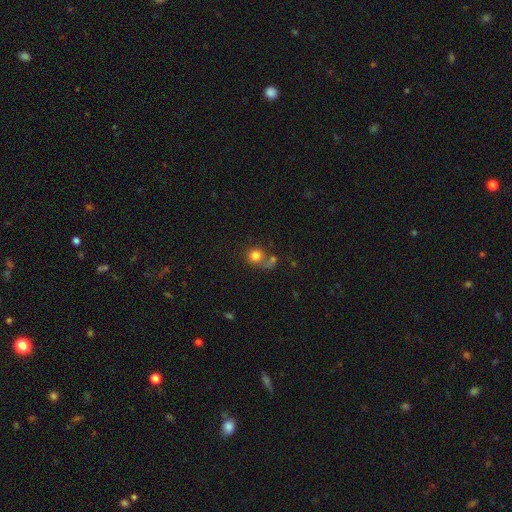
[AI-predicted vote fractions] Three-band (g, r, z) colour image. It shows a smooth galaxy with no disk features (78%) that is round (81%). Merging: none (40%).